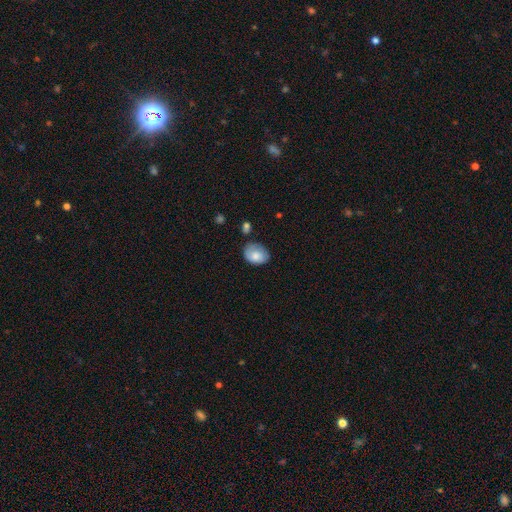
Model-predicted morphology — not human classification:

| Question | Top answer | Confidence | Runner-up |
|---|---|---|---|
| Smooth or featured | smooth | 75% | featured or disk (18%) |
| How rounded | in between | 69% | round (30%) |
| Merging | none | 59% | minor disturbance (30%) |